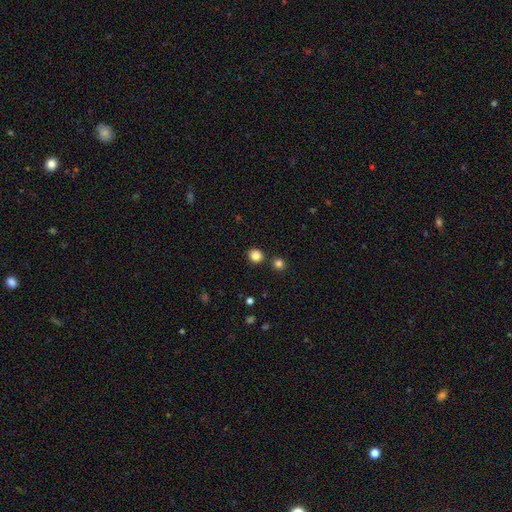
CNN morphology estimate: Smooth or featured? smooth (84%)
How rounded? round (86%)
Merging? none (85%)